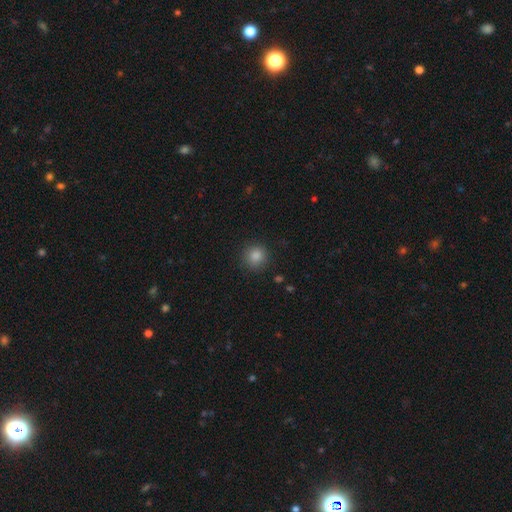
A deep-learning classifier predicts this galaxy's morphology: Smooth or featured?
  - smooth: 84% *
  - star or artifact: 12%
  - featured or disk: 4%
How rounded?
  - round: 92% *
  - in between: 7%
  - cigar-shaped: 1%
Merging?
  - none: 89% *
  - minor disturbance: 7%
  - major disturbance: 2%
  - merger: 1%